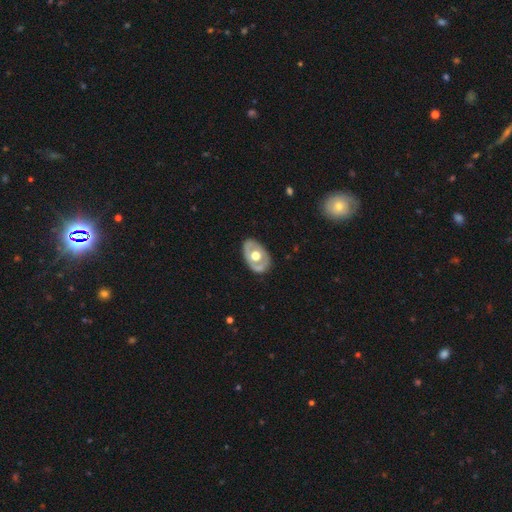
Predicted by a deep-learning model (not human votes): Morphology: type=featured or disk (56%); edge-on=no (89%); merging=none (79%).